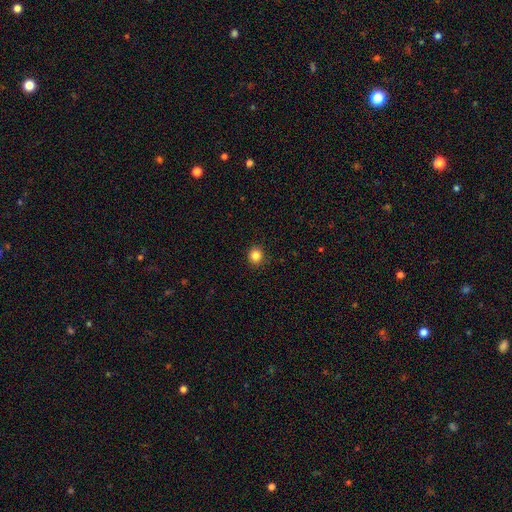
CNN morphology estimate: Smooth or featured: smooth — 85% (star or artifact — 11%)
How rounded: round — 88% (in between — 11%)
Merging: none — 91% (minor disturbance — 6%)